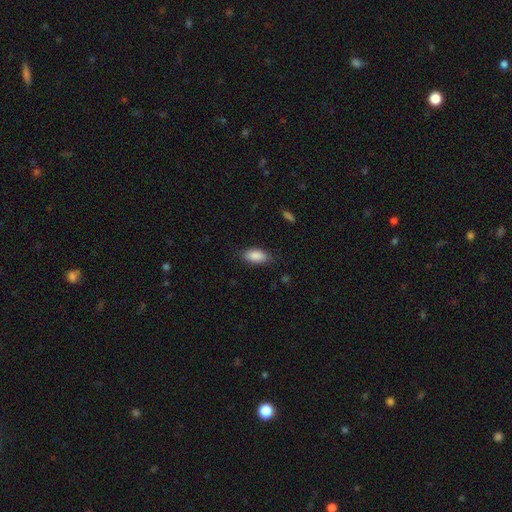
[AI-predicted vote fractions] Smooth or featured: smooth — 89% (star or artifact — 7%)
How rounded: in between — 90% (cigar-shaped — 7%)
Merging: none — 80% (minor disturbance — 15%)